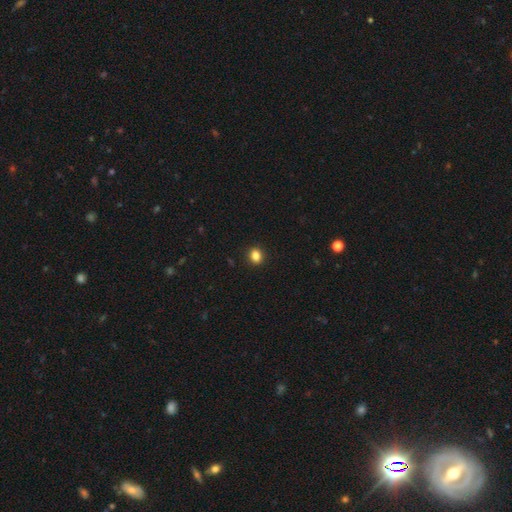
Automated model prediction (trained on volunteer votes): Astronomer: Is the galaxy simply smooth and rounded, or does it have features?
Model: smooth — 85%.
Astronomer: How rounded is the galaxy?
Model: round — 63%.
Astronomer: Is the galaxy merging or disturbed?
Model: none — 92%.